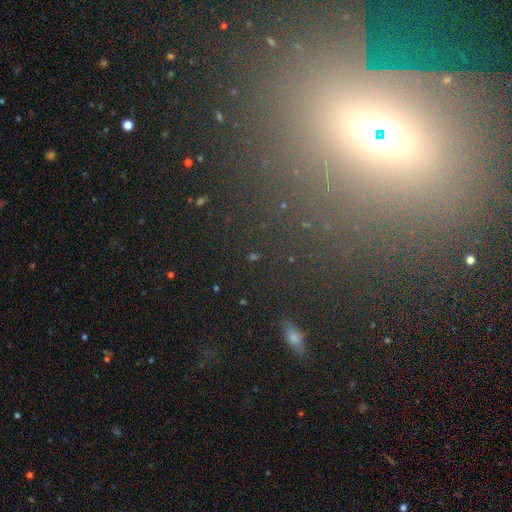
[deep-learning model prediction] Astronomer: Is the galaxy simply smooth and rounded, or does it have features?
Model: star or artifact — 54%.